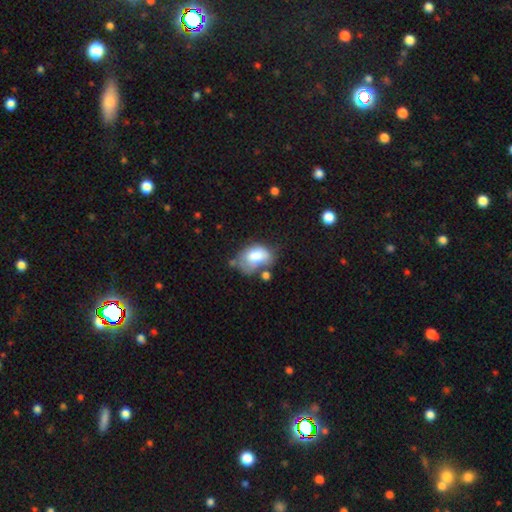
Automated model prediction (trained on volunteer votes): Overall: smooth (69%). How rounded: in between (78%). Merging: minor disturbance (31%; none 29%).